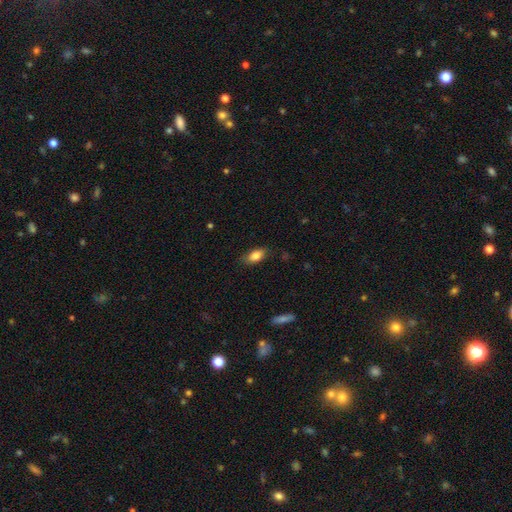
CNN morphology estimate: smooth 83%, featured or disk 10%, star or artifact 7%. Down the decision tree: how rounded — in between (87%); merging — none (81%).